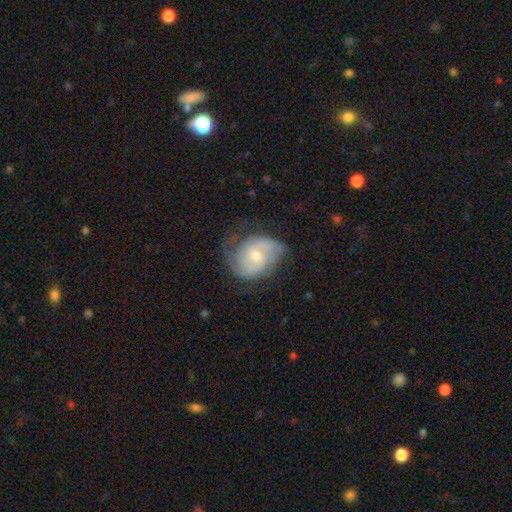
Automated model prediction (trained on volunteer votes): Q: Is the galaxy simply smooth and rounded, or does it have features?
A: featured or disk — 73%.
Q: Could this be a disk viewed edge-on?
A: no — 97%.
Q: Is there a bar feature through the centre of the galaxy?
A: no — 52%.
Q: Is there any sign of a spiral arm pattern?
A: yes — 92%.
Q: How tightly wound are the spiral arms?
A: medium — 44%.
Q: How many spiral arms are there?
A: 2 — 65%.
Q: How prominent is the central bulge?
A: moderate — 50%.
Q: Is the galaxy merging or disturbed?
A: none — 61%.